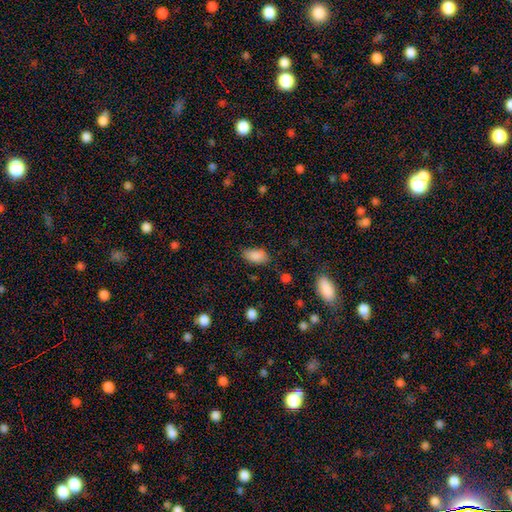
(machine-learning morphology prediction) A smooth galaxy with no disk features (87%) that is in between round and cigar-shaped (92%). Merging: none (75%).